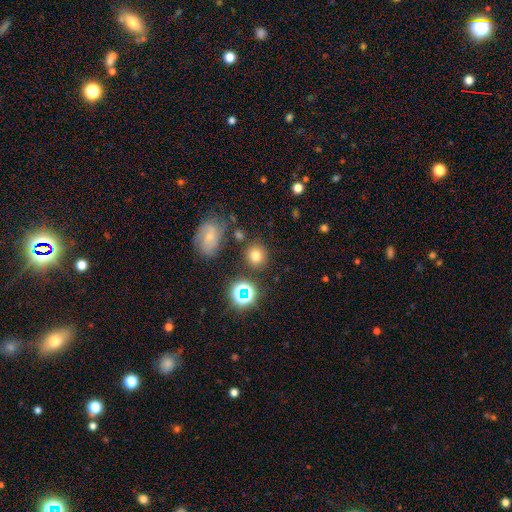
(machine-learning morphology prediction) Smooth or featured? Predicted: smooth (p=0.71). How rounded? Predicted: round (p=0.86). Merging? Predicted: none (p=0.82).